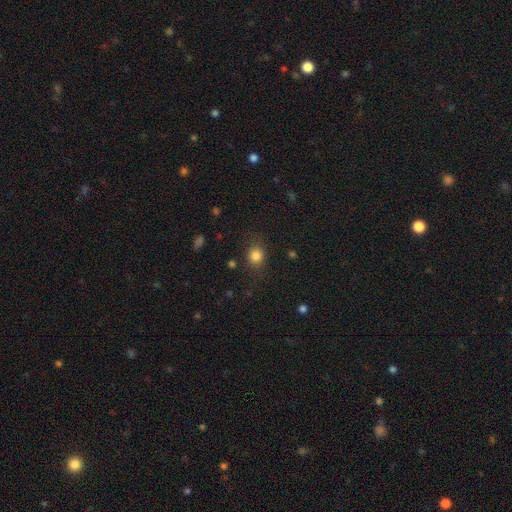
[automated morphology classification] A smooth galaxy with no disk features (82%) that is round (71%).

Vote fractions:
- Smooth or featured? smooth: 82% / star or artifact: 12% / featured or disk: 6%
- How rounded? round: 71% / in between: 28% / cigar-shaped: 1%
- Merging? none: 80% / minor disturbance: 13% / major disturbance: 5% / merger: 2%